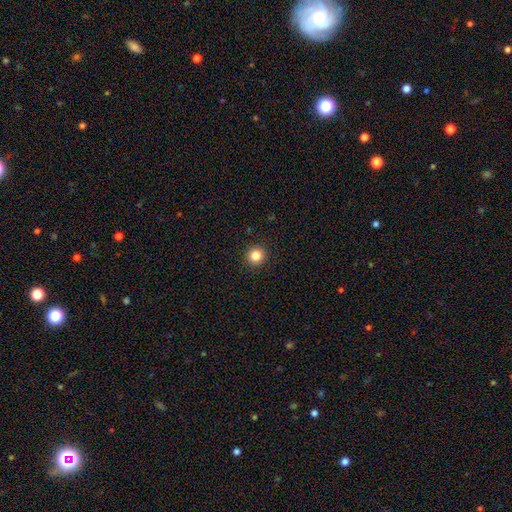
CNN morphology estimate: smooth 84%, star or artifact 11%, featured or disk 5%. Down the decision tree: how rounded — round (95%); merging — none (93%).